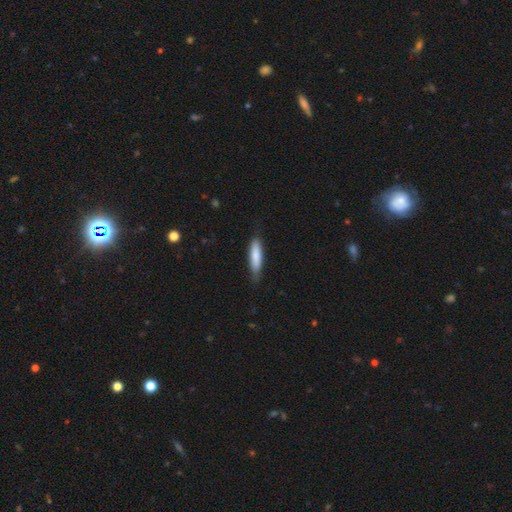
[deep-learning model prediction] Smooth or featured?
  - smooth: 81% *
  - featured or disk: 14%
  - star or artifact: 5%
How rounded?
  - cigar-shaped: 74% *
  - in between: 25%
  - round: 1%
Merging?
  - none: 76% *
  - minor disturbance: 20%
  - major disturbance: 3%
  - merger: 1%